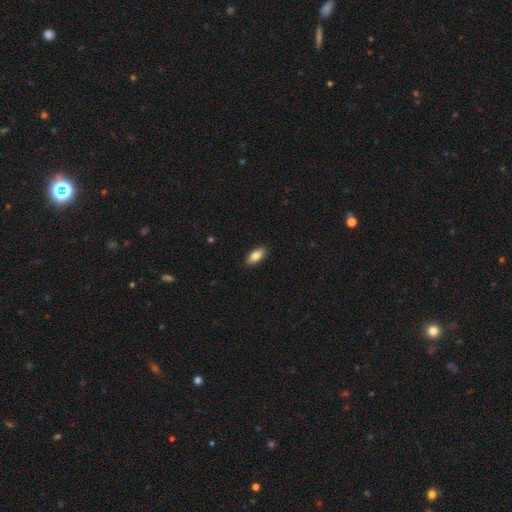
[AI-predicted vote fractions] Smooth or featured? Predicted: smooth (p=0.84). How rounded? Predicted: in between (p=0.88). Merging? Predicted: none (p=0.89).